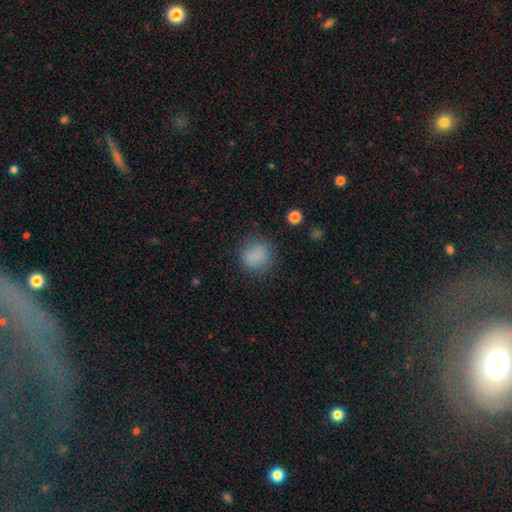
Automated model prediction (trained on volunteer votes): This appears to be a smooth galaxy with no disk features (83%) that is round (87%). Merging: none (81%).